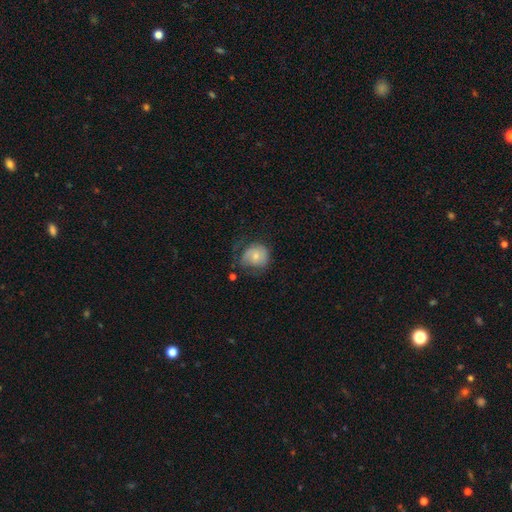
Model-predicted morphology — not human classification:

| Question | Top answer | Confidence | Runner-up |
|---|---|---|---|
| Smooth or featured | smooth | 61% | featured or disk (32%) |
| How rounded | round | 75% | in between (24%) |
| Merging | none | 42% | minor disturbance (30%) |